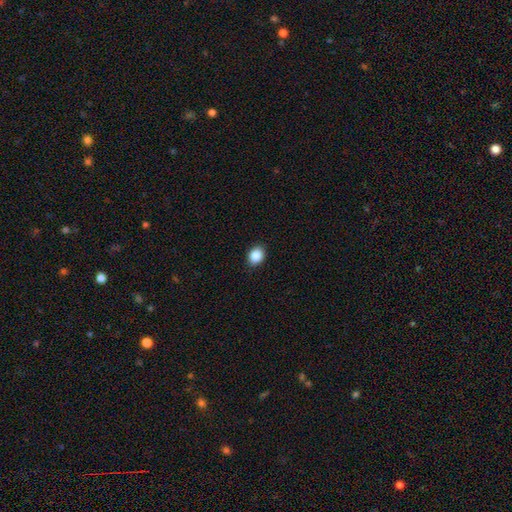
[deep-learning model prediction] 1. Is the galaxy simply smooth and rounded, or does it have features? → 86% smooth, 9% star or artifact, 5% featured or disk.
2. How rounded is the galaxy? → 53% in between, 46% round, 1% cigar-shaped.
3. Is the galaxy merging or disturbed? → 90% none, 7% minor disturbance, 2% major disturbance, 1% merger.